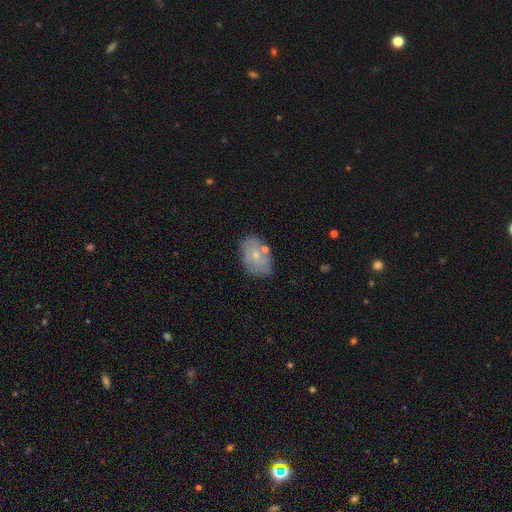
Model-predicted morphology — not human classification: Smooth or featured?
  - featured or disk: 48% *
  - smooth: 43%
  - star or artifact: 9%
Merging?
  - none: 67% *
  - minor disturbance: 20%
  - merger: 7%
  - major disturbance: 6%